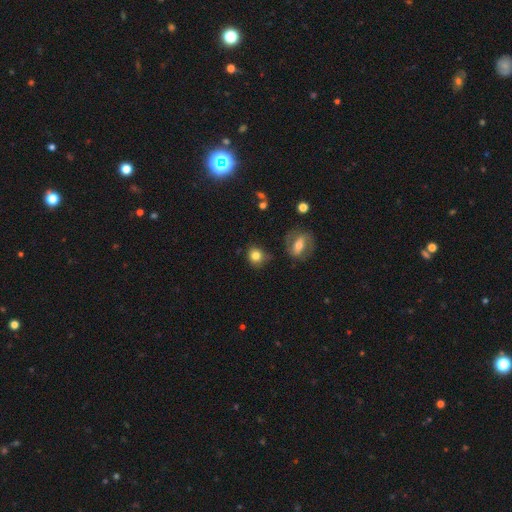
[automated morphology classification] Smooth or featured: smooth — 79% (featured or disk — 11%)
How rounded: round — 77% (in between — 21%)
Merging: none — 72% (minor disturbance — 18%)